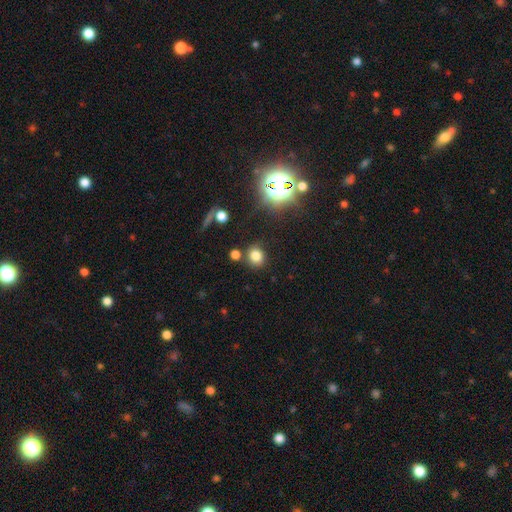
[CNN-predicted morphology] This appears to be a smooth galaxy with no disk features (75%) that is round (75%). Merging: none (78%).